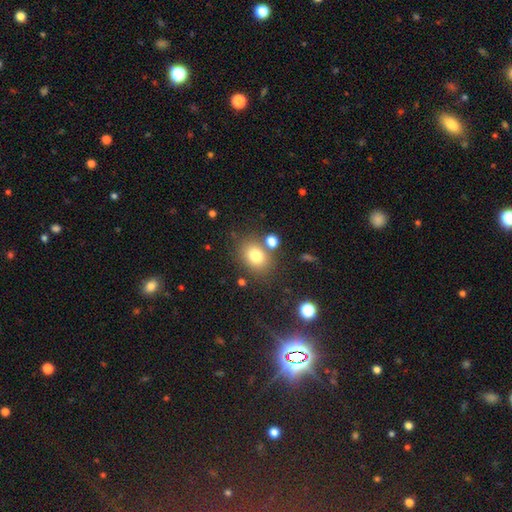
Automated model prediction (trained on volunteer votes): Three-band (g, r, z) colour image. It shows a smooth galaxy with no disk features (78%) that is in between round and cigar-shaped (51%). Merging: none (73%).